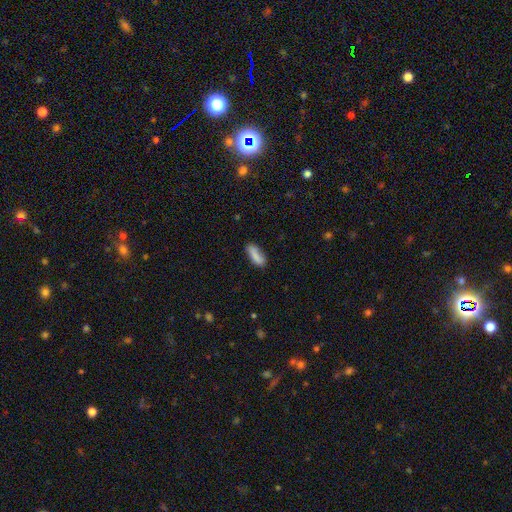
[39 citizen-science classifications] Smooth or featured? smooth (90%)
How rounded? in between (71%)
Merging? none (73%)